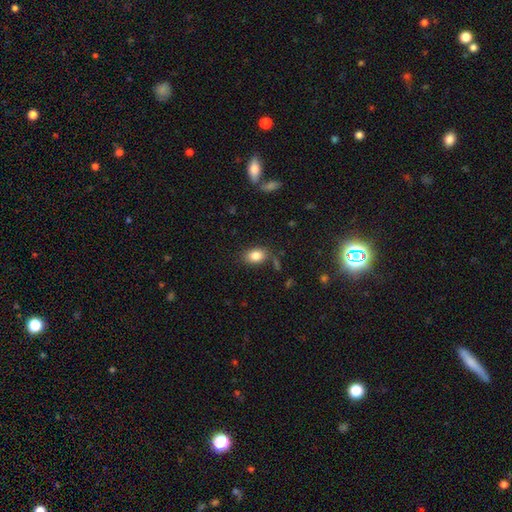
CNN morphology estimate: Smooth or featured: smooth — 84% (star or artifact — 9%)
How rounded: in between — 80% (round — 19%)
Merging: none — 79% (minor disturbance — 14%)